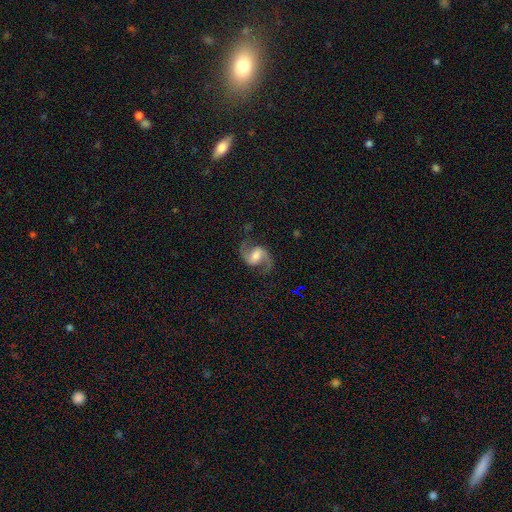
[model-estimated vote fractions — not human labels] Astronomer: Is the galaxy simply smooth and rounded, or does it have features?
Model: featured or disk — 89%.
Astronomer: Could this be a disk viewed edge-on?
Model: no — 98%.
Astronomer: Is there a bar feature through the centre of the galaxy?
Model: weak — 47% (runner-up: no, 33%).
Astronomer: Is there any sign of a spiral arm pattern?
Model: yes — 98%.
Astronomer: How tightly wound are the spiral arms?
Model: medium — 46%, tied with loose at 46%.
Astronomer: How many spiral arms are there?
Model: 2 — 94%.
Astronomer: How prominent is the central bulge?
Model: moderate — 54%.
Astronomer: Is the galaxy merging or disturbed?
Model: none — 79%.